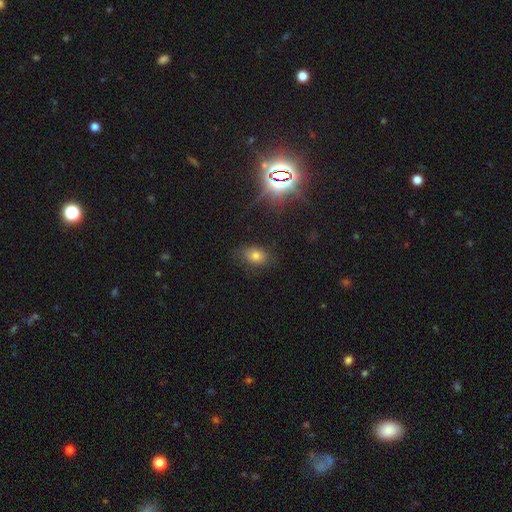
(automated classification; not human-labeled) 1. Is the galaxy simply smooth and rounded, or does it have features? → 67% smooth, 20% star or artifact, 13% featured or disk.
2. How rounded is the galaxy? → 73% in between, 26% round, 2% cigar-shaped.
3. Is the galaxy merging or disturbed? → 74% none, 18% minor disturbance, 7% major disturbance, 2% merger.